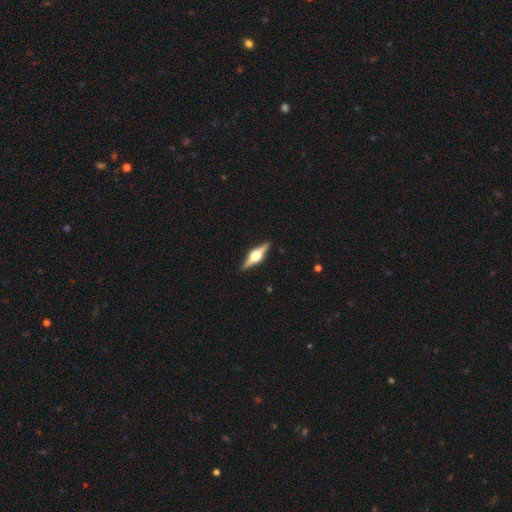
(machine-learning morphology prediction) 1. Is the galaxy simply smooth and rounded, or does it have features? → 83% featured or disk, 12% smooth, 5% star or artifact.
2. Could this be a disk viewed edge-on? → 98% yes, 2% no.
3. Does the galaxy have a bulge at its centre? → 95% rounded, 3% boxy, 1% none.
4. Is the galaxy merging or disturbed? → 91% none, 6% minor disturbance, 1% major disturbance, 1% merger.